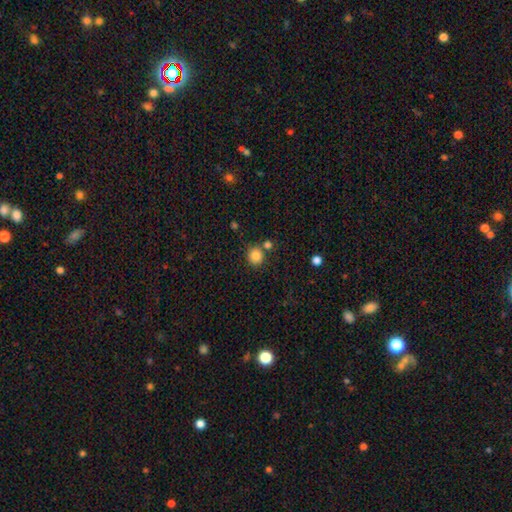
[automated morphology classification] smooth 85%, star or artifact 11%, featured or disk 5%. Down the decision tree: how rounded — round (89%); merging — none (76%).